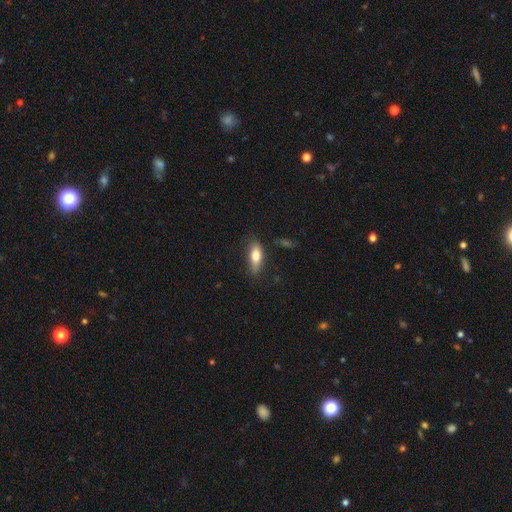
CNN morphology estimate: A smooth galaxy with no disk features (74%) that is in between round and cigar-shaped (73%).

Vote fractions:
- Smooth or featured? smooth: 74% / featured or disk: 19% / star or artifact: 7%
- How rounded? in between: 73% / cigar-shaped: 24% / round: 4%
- Merging? none: 70% / minor disturbance: 22% / major disturbance: 6% / merger: 2%